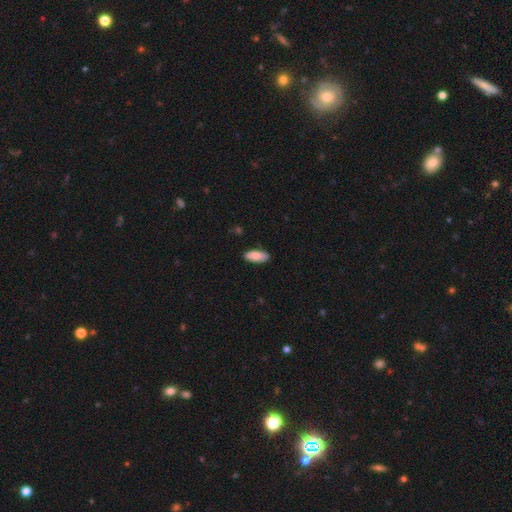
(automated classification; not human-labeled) smooth-or-featured: smooth: 85% | featured or disk: 9% | star or artifact: 6%
  how-rounded: in between: 84% | cigar-shaped: 14% | round: 2%
  merging: none: 87% | minor disturbance: 10% | major disturbance: 2% | merger: 1%